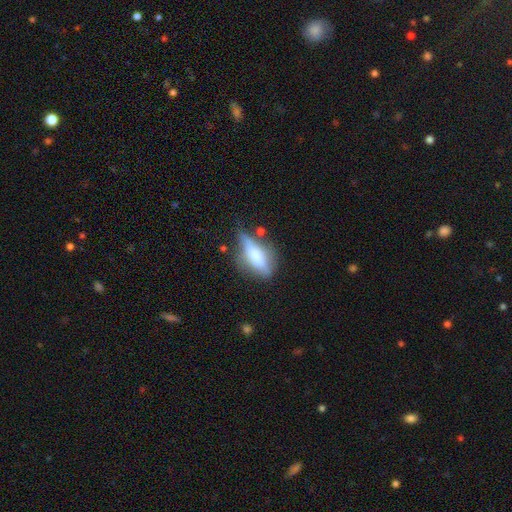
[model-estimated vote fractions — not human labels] Smooth or featured: smooth — 51% (featured or disk — 41%)
How rounded: in between — 57% (cigar-shaped — 38%)
Merging: none — 54% (minor disturbance — 27%)